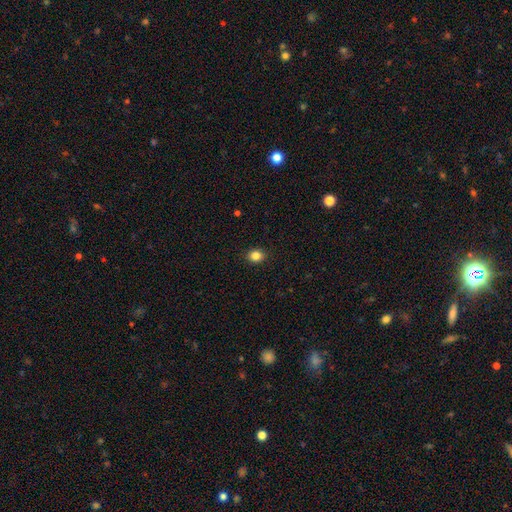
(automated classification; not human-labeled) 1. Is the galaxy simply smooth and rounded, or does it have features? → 85% smooth, 11% star or artifact, 4% featured or disk.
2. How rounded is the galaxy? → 60% round, 39% in between, 1% cigar-shaped.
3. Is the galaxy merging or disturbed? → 91% none, 6% minor disturbance, 2% major disturbance, 1% merger.